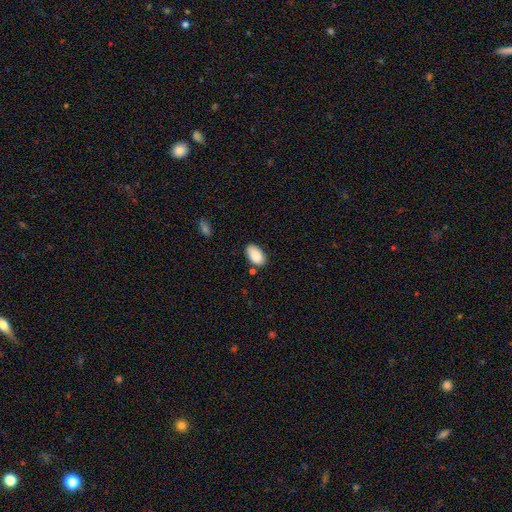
A smooth galaxy with no disk features (95%) that is in between round and cigar-shaped (97%).

Vote fractions:
- Smooth or featured? smooth: 95% / featured or disk: 3% / star or artifact: 3%
- How rounded? in between: 97% / cigar-shaped: 3% / round: 0%
- Merging? none: 83% / minor disturbance: 14% / merger: 3% / major disturbance: 0%